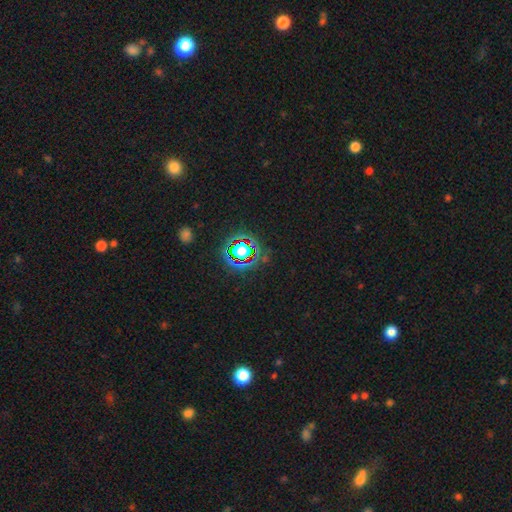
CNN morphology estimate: The model was most divided on "smooth or featured": star or artifact: 77%, smooth: 14%, featured or disk: 9%.